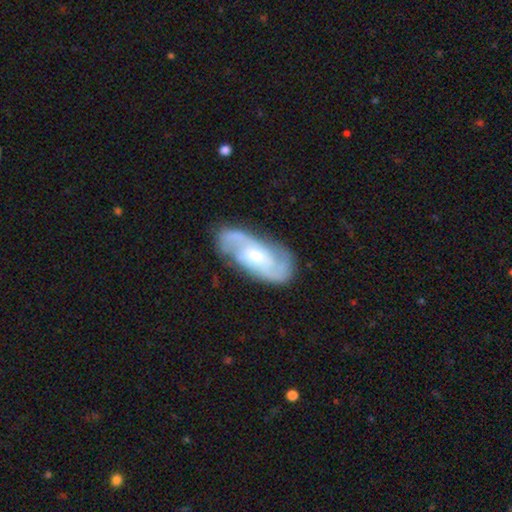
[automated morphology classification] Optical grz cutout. It shows a featured or disk galaxy (82%) with no bar (47%), 2 (71%) medium (48%) spiral arms (96%) and a moderate central bulge (44%, tied with small). Merging: none (77%).